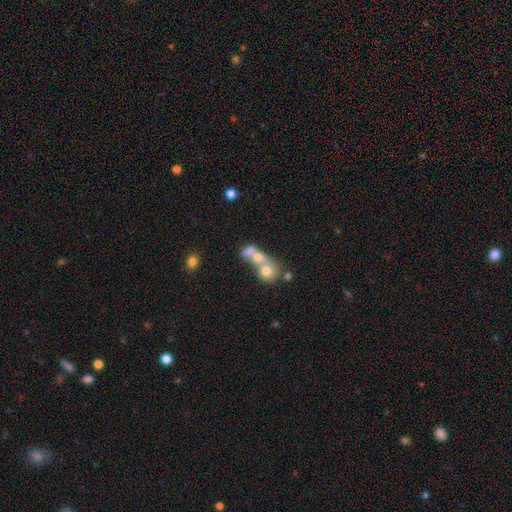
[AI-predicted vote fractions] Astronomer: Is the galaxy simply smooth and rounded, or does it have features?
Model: smooth — 62%.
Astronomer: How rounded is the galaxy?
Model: round — 50% (runner-up: in between, 45%).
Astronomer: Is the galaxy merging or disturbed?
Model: merger — 73%.